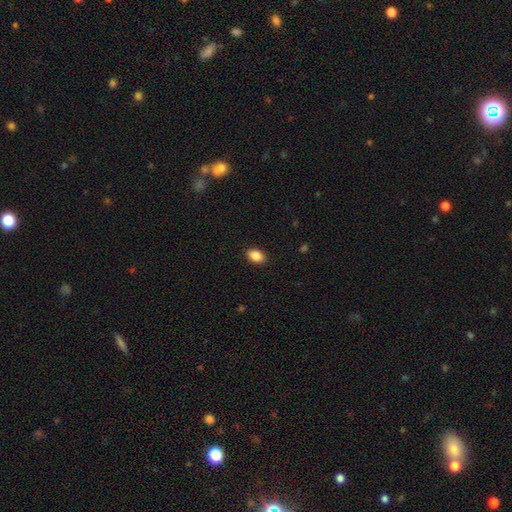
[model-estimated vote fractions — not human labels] The model was most divided on "how rounded": in between: 85%, round: 13%, cigar-shaped: 1%. More confident: merging — none (89%); smooth or featured — smooth (88%).